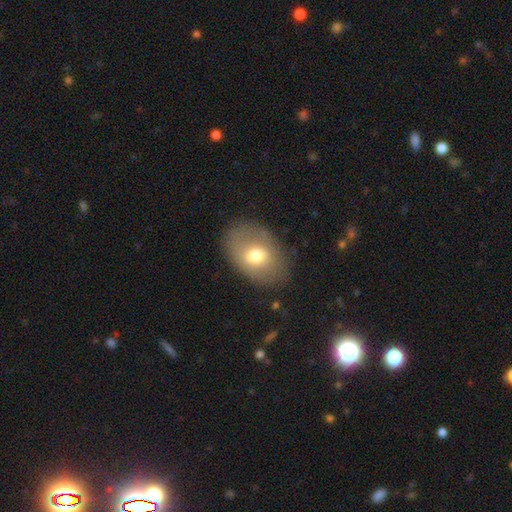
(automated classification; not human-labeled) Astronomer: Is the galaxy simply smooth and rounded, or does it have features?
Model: smooth — 64%.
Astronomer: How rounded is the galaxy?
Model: in between — 81%.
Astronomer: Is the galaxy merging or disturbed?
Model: none — 79%.